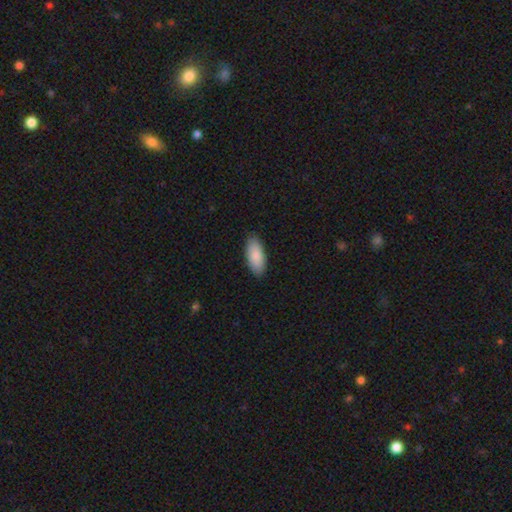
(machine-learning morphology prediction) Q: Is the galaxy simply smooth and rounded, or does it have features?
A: smooth — 88%.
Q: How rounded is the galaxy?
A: in between — 87%.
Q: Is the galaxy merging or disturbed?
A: none — 88%.